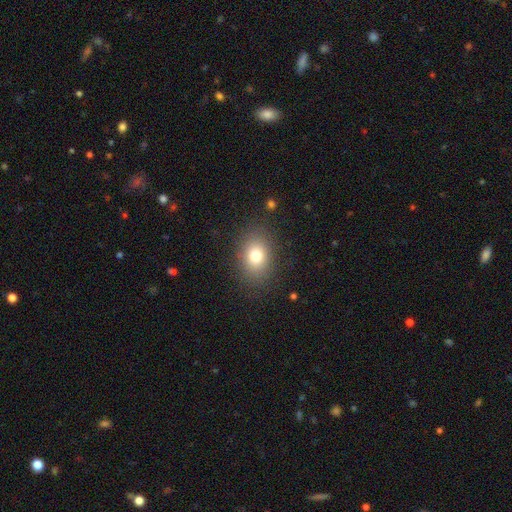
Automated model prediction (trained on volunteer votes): Smooth or featured? smooth (78%)
How rounded? in between (69%)
Merging? none (84%)